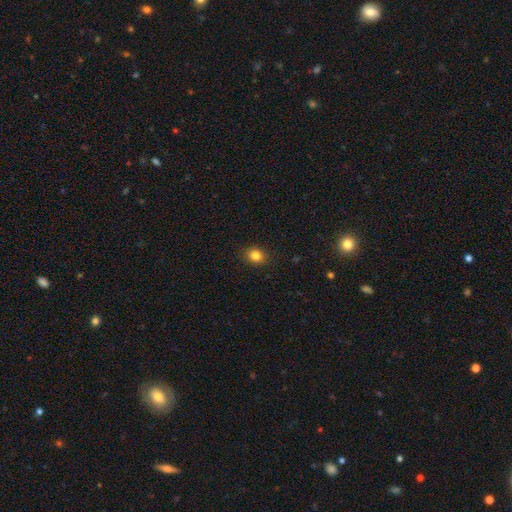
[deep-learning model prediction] Morphology: type=smooth (83%); roundness=round (69%); merging=none (90%).